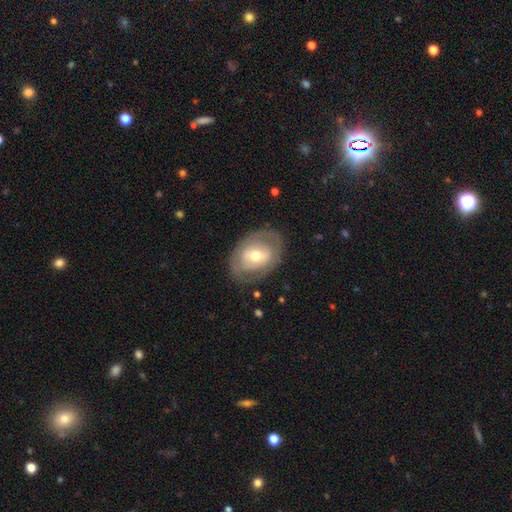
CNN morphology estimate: Q: Smooth or featured?
A: featured or disk (55%); runner-up: smooth (38%)
Q: Edge-on disk?
A: no (93%); runner-up: yes (7%)
Q: Bar?
A: no (49%); runner-up: weak (33%)
Q: Spiral arms?
A: no (65%); runner-up: yes (35%)
Q: Bulge size?
A: moderate (66%); runner-up: small (25%)
Q: Merging?
A: none (76%); runner-up: minor disturbance (15%)